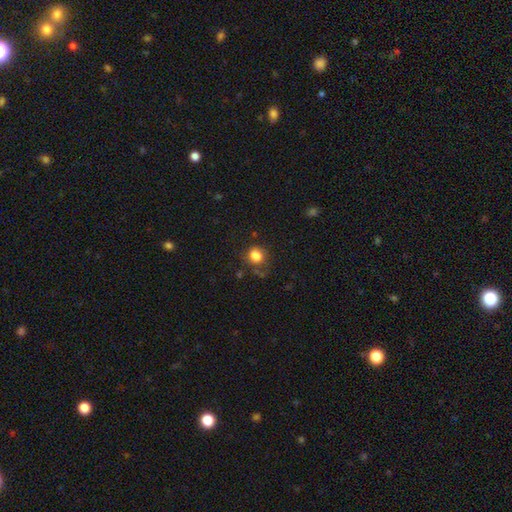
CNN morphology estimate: smooth_or_featured: smooth (p=0.82) [alt: star or artifact p=0.11]
how_rounded: round (p=0.68) [alt: in between p=0.31]
merging: none (p=0.63) [alt: minor disturbance p=0.22]